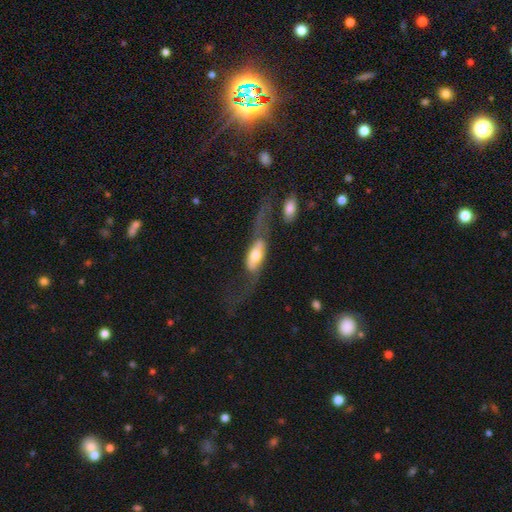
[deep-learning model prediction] Smooth or featured?
  - featured or disk: 56% *
  - smooth: 38%
  - star or artifact: 6%
Edge-on disk?
  - no: 66% *
  - yes: 34%
Merging?
  - major disturbance: 38% *
  - none: 30%
  - merger: 16%
  - minor disturbance: 16%